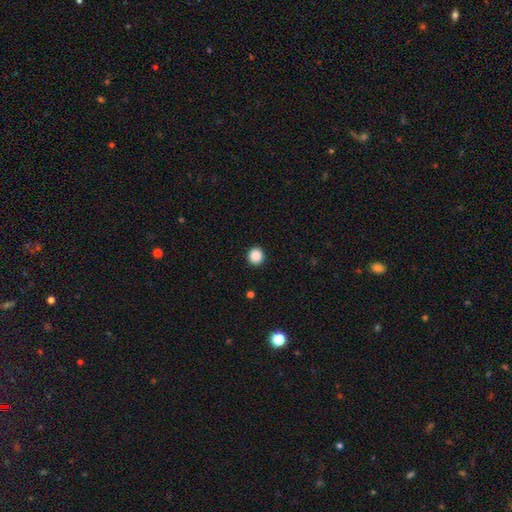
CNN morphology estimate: smooth 88%, star or artifact 10%, featured or disk 2%. Down the decision tree: how rounded — round (93%); merging — none (93%).